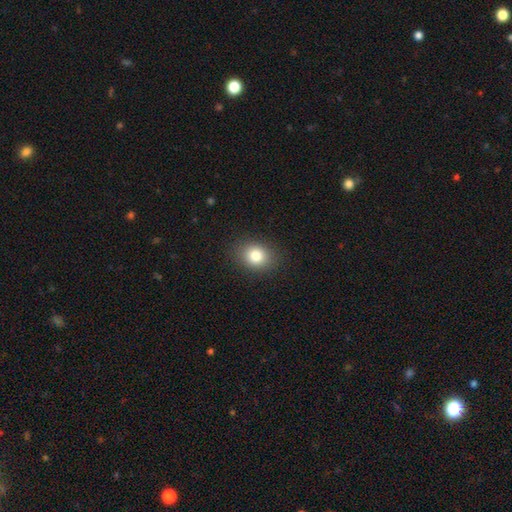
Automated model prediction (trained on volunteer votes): smooth-or-featured: smooth: 82% | star or artifact: 11% | featured or disk: 8%
  how-rounded: round: 54% | in between: 45% | cigar-shaped: 1%
  merging: none: 88% | minor disturbance: 8% | major disturbance: 3% | merger: 1%